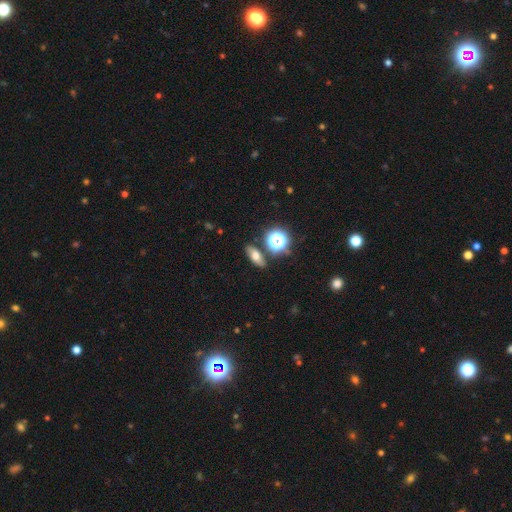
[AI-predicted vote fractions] Q: Smooth or featured?
A: smooth (62%); runner-up: featured or disk (21%)
Q: How rounded?
A: in between (65%); runner-up: cigar-shaped (18%)
Q: Merging?
A: none (82%); runner-up: minor disturbance (10%)